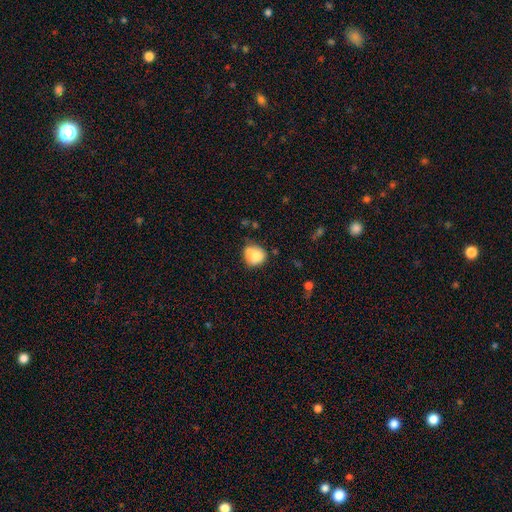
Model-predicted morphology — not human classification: This is likely a smooth galaxy (76%). How rounded: likely round (77%). Merging: possibly none (51%).